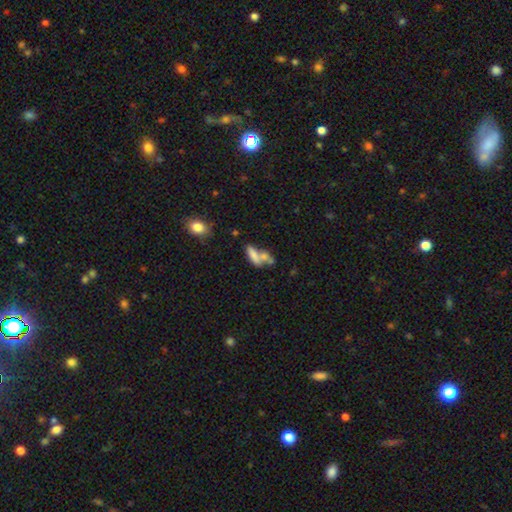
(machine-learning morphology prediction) smooth 69%, featured or disk 20%, star or artifact 11%. Down the decision tree: how rounded — in between (62%); merging — merger (51%).